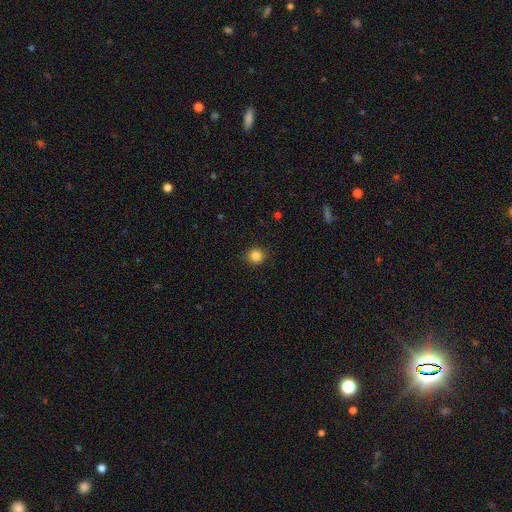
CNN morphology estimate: smooth-or-featured: smooth: 86% | star or artifact: 11% | featured or disk: 4%
  how-rounded: round: 90% | in between: 9% | cigar-shaped: 1%
  merging: none: 90% | minor disturbance: 7% | major disturbance: 2% | merger: 1%